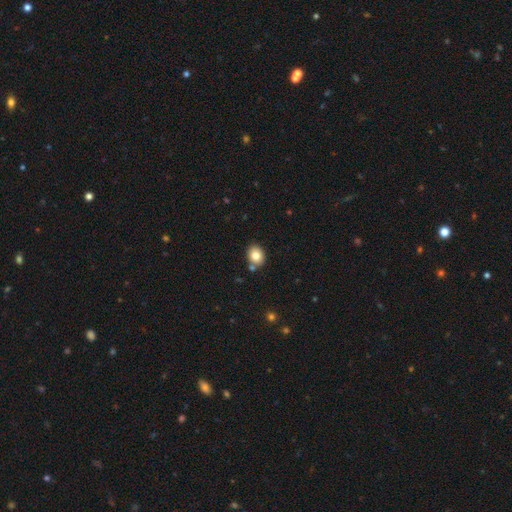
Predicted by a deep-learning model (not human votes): Smooth or featured? smooth (81%)
How rounded? in between (50%)
Merging? none (76%)